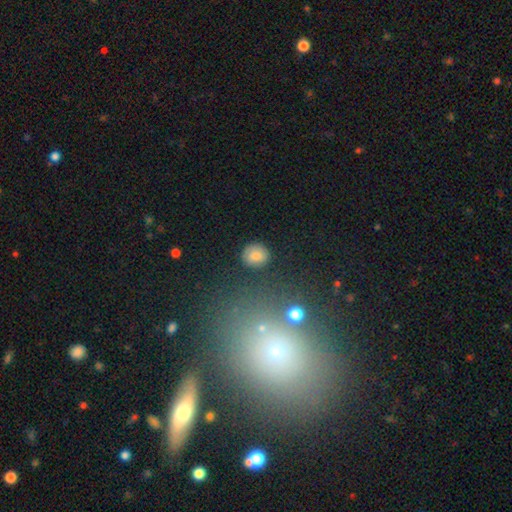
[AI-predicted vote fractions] Morphology: type=smooth (77%); roundness=round (77%); merging=none (87%).